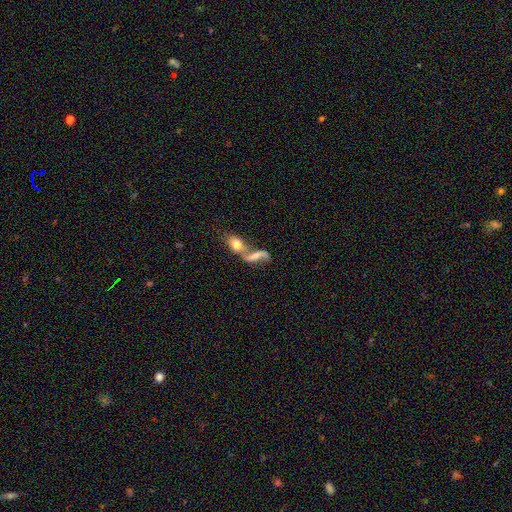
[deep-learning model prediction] A featured or disk galaxy (53%).

Vote fractions:
- Smooth or featured? featured or disk: 53% / smooth: 38% / star or artifact: 10%
- Edge-on disk? no: 90% / yes: 10%
- Merging? merger: 65% / none: 20% / major disturbance: 8% / minor disturbance: 7%